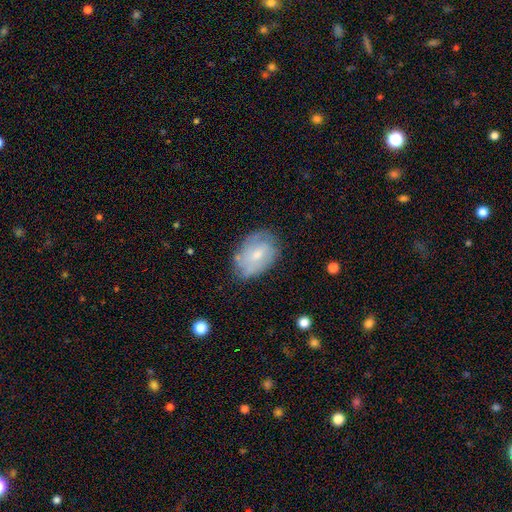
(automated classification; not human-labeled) This appears to be a smooth galaxy with no disk features (50%). Merging: none (64%).